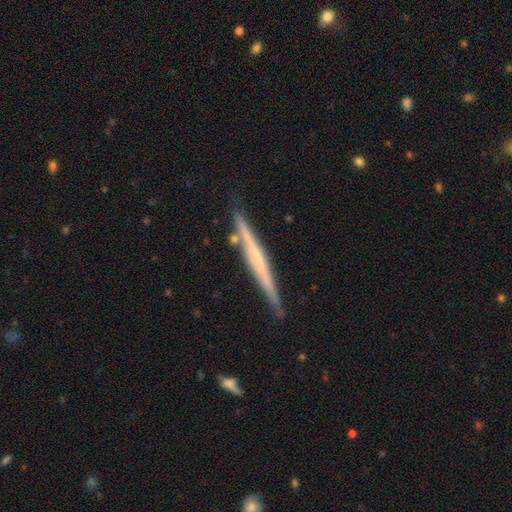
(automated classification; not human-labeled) A featured or disk galaxy (65%) viewed edge-on (97%) with no central bulge (69%).

Vote fractions:
- Smooth or featured? featured or disk: 65% / smooth: 30% / star or artifact: 6%
- Edge-on disk? yes: 97% / no: 3%
- Edge-on bulge? none: 69% / rounded: 22% / boxy: 9%
- Merging? none: 84% / minor disturbance: 11% / merger: 3% / major disturbance: 2%